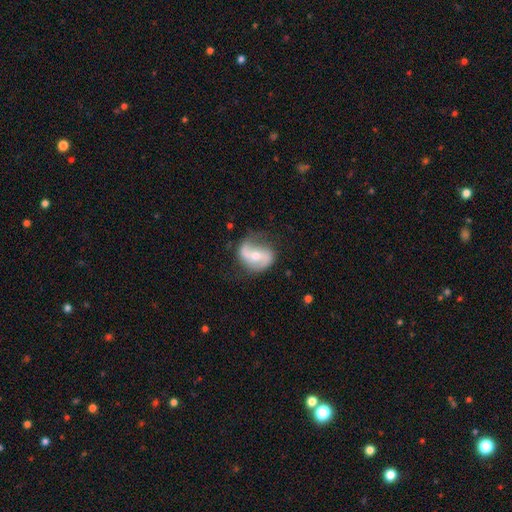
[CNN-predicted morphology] The model was most divided on "bar": no: 39%, weak: 33%, strong: 28%. More confident: edge-on disk — no (96%); spiral arms — yes (88%); spiral arm count — 2 (87%); smooth or featured — featured or disk (74%); merging — none (63%); spiral winding — loose (55%); bulge size — moderate (54%).